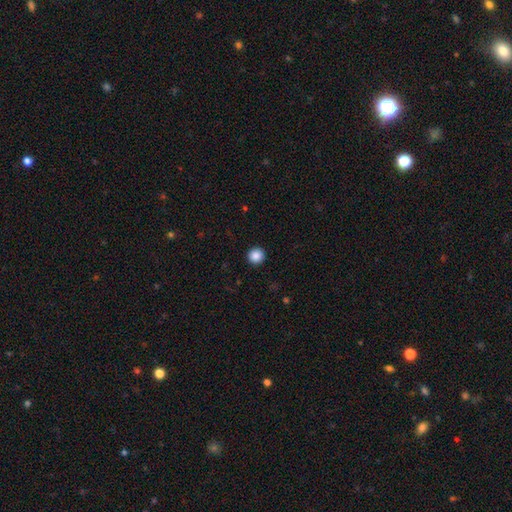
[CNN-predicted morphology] Q: Smooth or featured?
A: smooth (87%); runner-up: star or artifact (9%)
Q: How rounded?
A: round (96%); runner-up: in between (3%)
Q: Merging?
A: none (94%); runner-up: minor disturbance (4%)